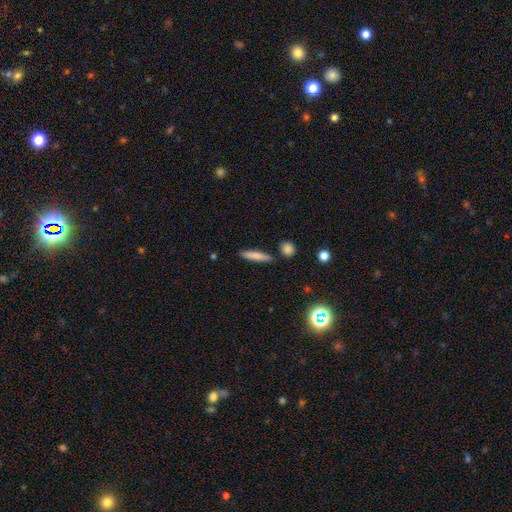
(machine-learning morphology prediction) This is likely a smooth galaxy (75%). How rounded: clearly cigar-shaped (85%). Merging: clearly none (85%).